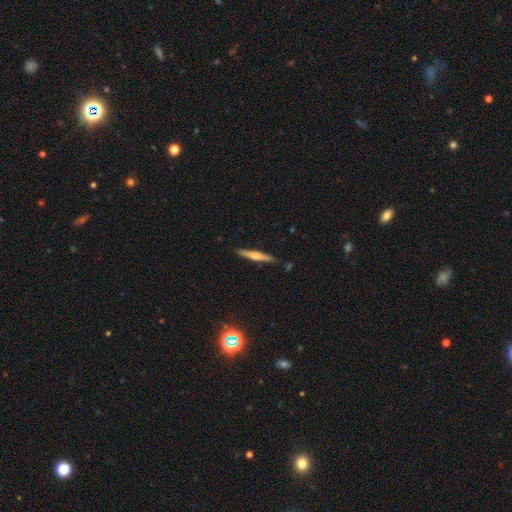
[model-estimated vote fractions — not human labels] featured or disk 52%, smooth 41%, star or artifact 7%. Down the decision tree: edge-on disk — yes (97%); edge-on bulge — rounded (73%); merging — none (86%).